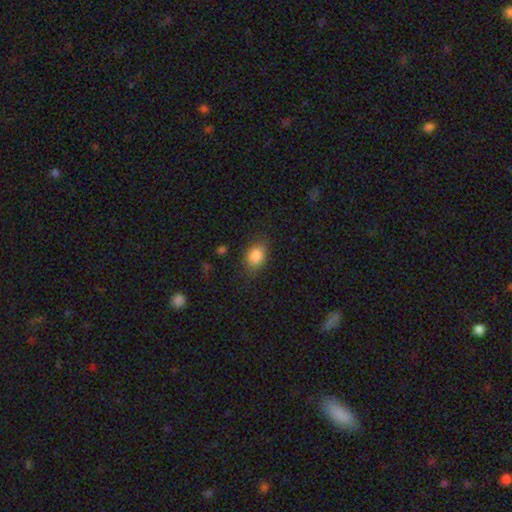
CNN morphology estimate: This is clearly a smooth galaxy (84%). How rounded: likely in between (69%). Merging: likely none (77%).